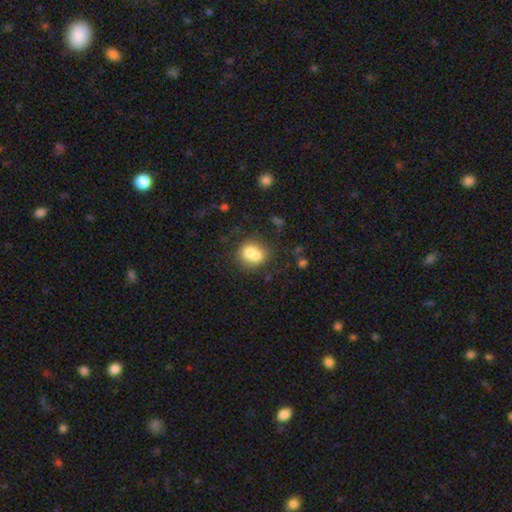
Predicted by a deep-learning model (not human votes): A smooth galaxy with no disk features (68%) that is round (71%).

Vote fractions:
- Smooth or featured? smooth: 68% / featured or disk: 22% / star or artifact: 11%
- How rounded? round: 71% / in between: 28% / cigar-shaped: 1%
- Merging? merger: 55% / none: 33% / minor disturbance: 8% / major disturbance: 4%